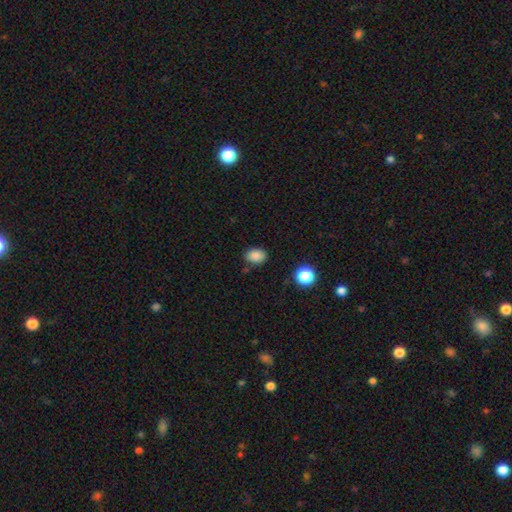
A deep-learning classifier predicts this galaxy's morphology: A smooth galaxy with no disk features (85%) that is in between round and cigar-shaped (72%). Merging: none (80%).